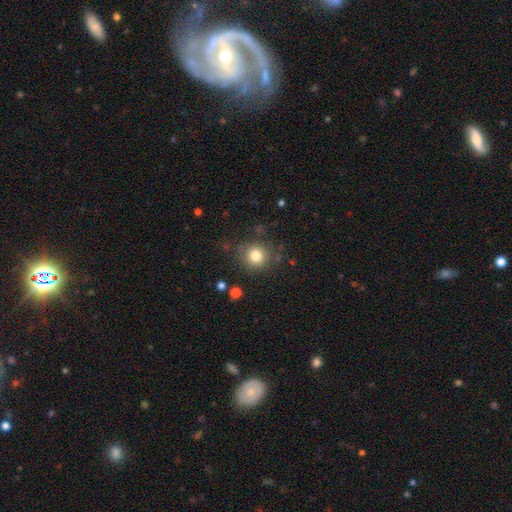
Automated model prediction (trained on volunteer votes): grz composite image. It shows a smooth galaxy with no disk features (81%) that is round (91%). Merging: none (83%).